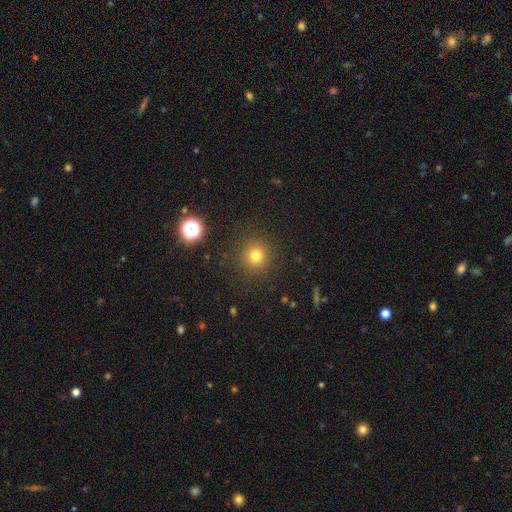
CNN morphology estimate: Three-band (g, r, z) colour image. It shows a smooth galaxy with no disk features (76%) that is round (94%). Merging: none (89%).